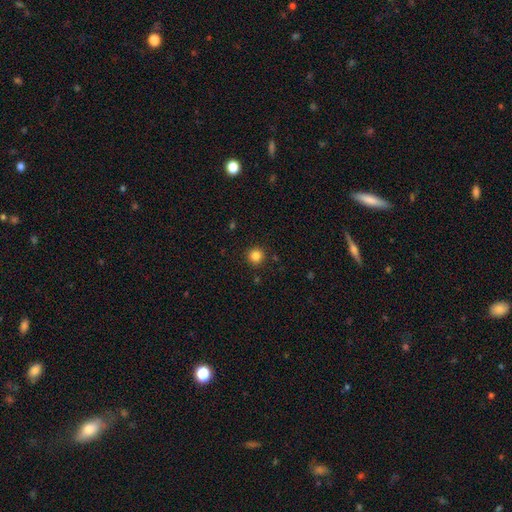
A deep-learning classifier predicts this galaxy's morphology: This appears to be a smooth galaxy with no disk features (84%) that is round (94%). Merging: none (91%).